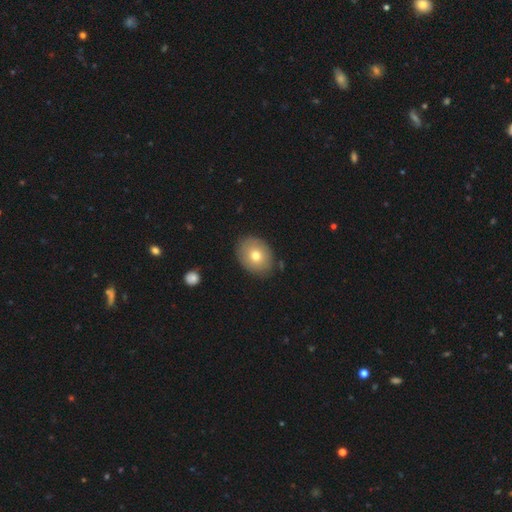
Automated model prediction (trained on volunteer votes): smooth-or-featured: smooth: 72% | featured or disk: 20% | star or artifact: 8%
  how-rounded: in between: 54% | round: 45% | cigar-shaped: 1%
  merging: none: 83% | minor disturbance: 12% | major disturbance: 3% | merger: 2%